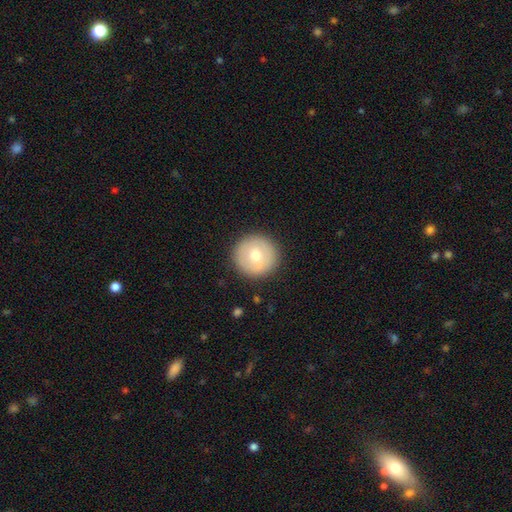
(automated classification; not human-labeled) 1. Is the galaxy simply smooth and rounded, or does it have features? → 66% smooth, 26% featured or disk, 8% star or artifact.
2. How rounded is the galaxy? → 96% round, 3% in between, 1% cigar-shaped.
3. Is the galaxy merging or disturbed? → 91% none, 6% minor disturbance, 2% major disturbance, 1% merger.